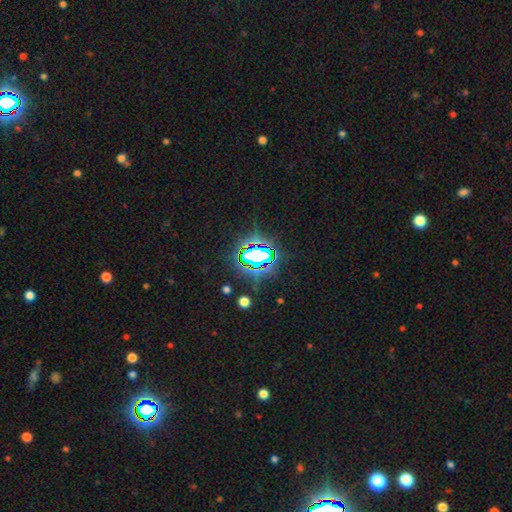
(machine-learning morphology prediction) Overall: star or artifact (74%).